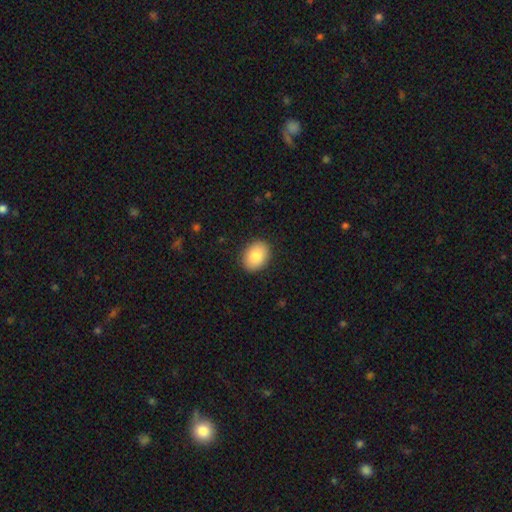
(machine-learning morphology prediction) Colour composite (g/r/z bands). It shows a smooth galaxy with no disk features (85%) that is in between round and cigar-shaped (72%). Merging: none (90%).